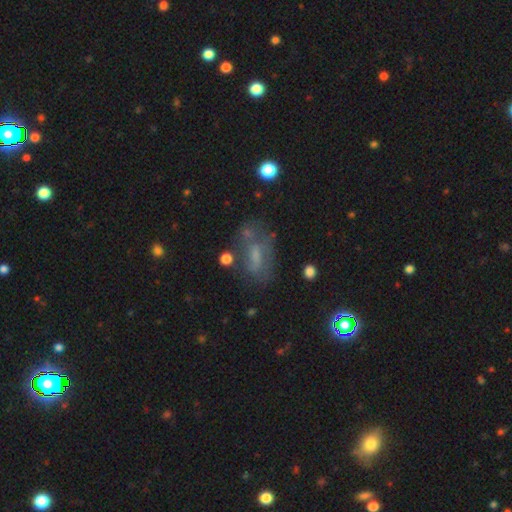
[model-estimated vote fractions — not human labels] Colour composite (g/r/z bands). It shows a smooth galaxy with no disk features (42%). Merging: none (52%).